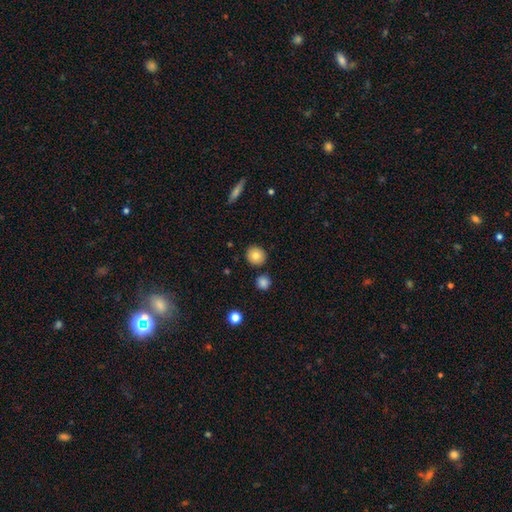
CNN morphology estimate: smooth 81%, featured or disk 10%, star or artifact 9%. Down the decision tree: how rounded — round (90%); merging — none (87%).